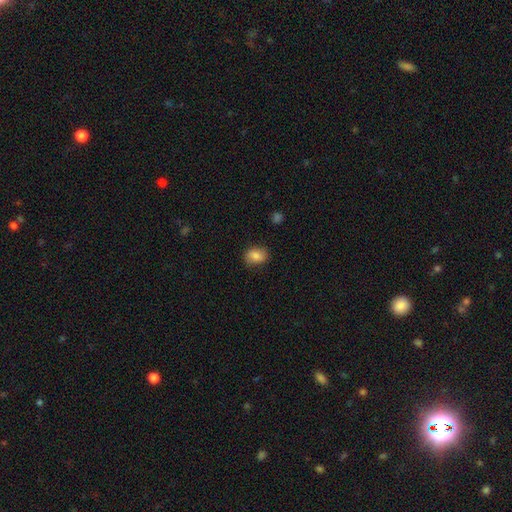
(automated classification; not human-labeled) smooth 79%, featured or disk 13%, star or artifact 9%. Down the decision tree: how rounded — in between (65%); merging — none (78%).